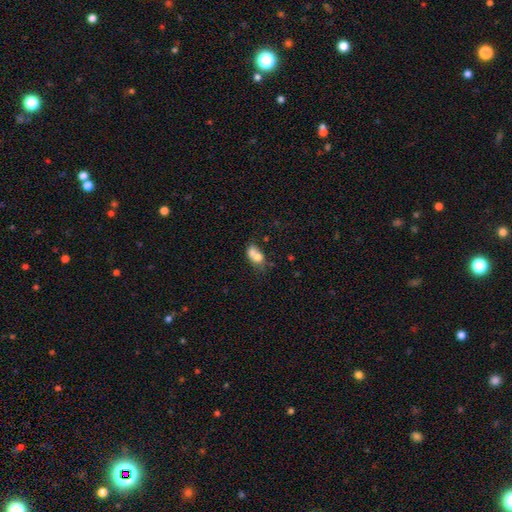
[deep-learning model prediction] The model was most divided on "merging": merger: 52%, none: 25%, minor disturbance: 14%, major disturbance: 9%. More confident: smooth or featured — smooth (70%); how rounded — in between (68%).